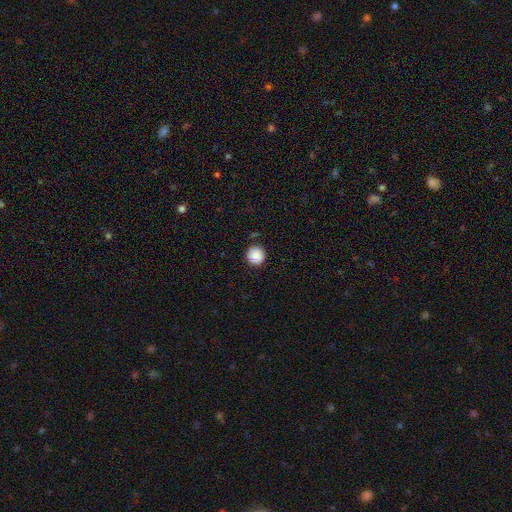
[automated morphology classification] Overall: smooth (88%). How rounded: round (96%). Merging: none (91%).